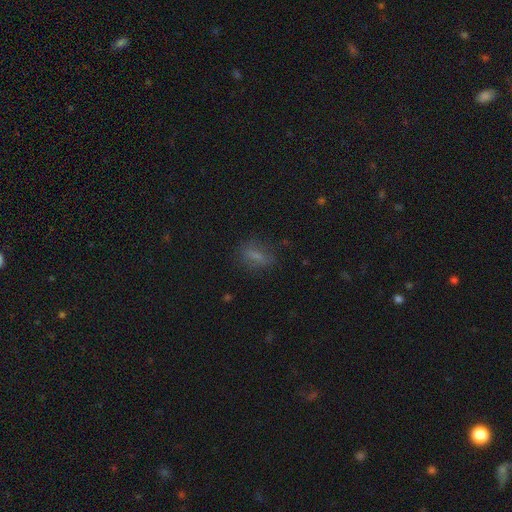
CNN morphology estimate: Smooth or featured: smooth — 64% (featured or disk — 19%)
How rounded: in between — 60% (cigar-shaped — 23%)
Merging: none — 74% (minor disturbance — 16%)